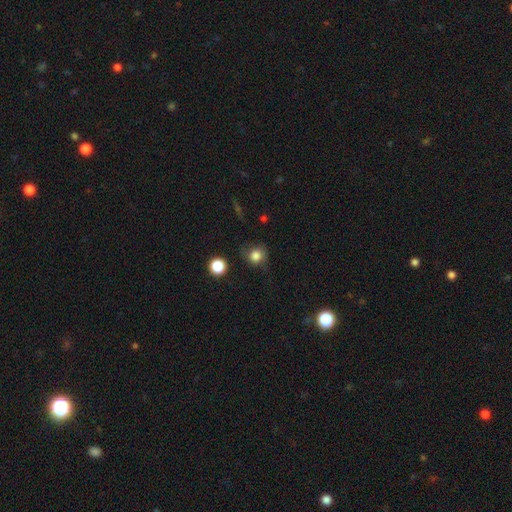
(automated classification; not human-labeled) Smooth or featured: smooth — 82% (star or artifact — 12%)
How rounded: round — 86% (in between — 13%)
Merging: none — 73% (minor disturbance — 18%)